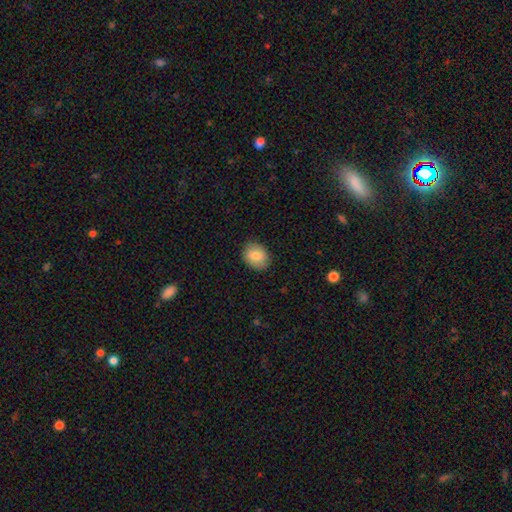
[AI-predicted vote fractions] smooth 83%, featured or disk 10%, star or artifact 7%. Down the decision tree: how rounded — in between (53%); merging — none (86%).